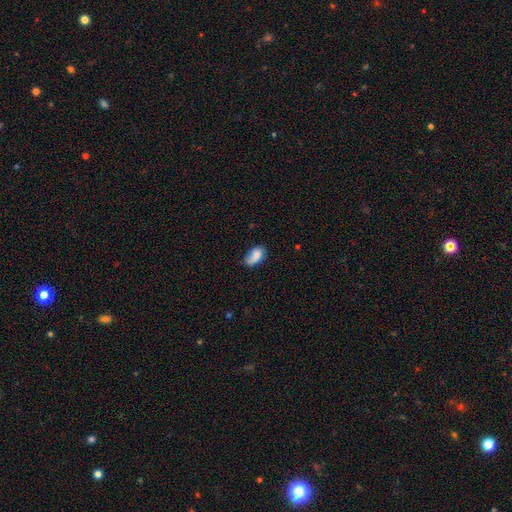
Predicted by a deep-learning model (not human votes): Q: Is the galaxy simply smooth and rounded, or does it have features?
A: smooth — 80%.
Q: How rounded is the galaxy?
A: in between — 92%.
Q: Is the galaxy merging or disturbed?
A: none — 54%.